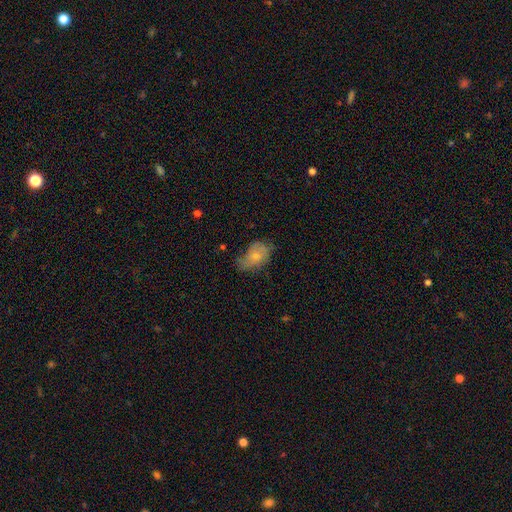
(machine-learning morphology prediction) smooth_or_featured: smooth (p=0.56) [alt: featured or disk p=0.36]
how_rounded: in between (p=0.85) [alt: round p=0.13]
merging: none (p=0.40) [alt: minor disturbance p=0.37]